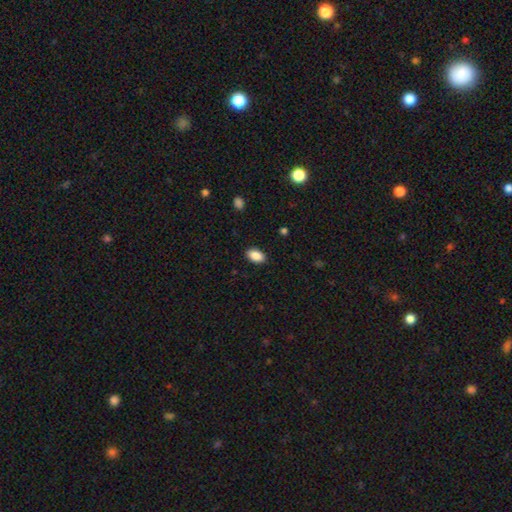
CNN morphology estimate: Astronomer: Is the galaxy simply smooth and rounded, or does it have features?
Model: smooth — 88%.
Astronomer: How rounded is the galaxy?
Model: in between — 91%.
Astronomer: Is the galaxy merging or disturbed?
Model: none — 88%.